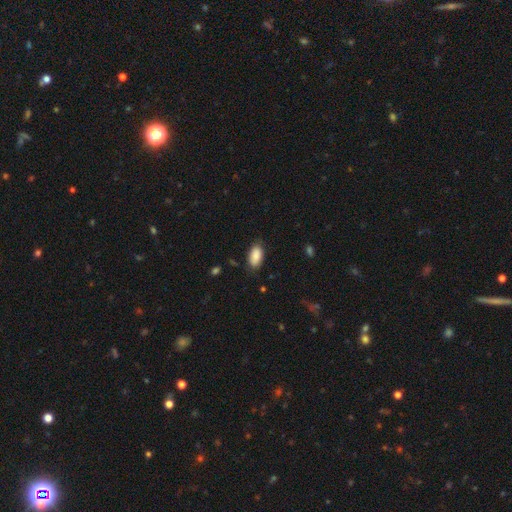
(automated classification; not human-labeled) Smooth or featured?
  - smooth: 89% *
  - star or artifact: 7%
  - featured or disk: 5%
How rounded?
  - in between: 94% *
  - round: 3%
  - cigar-shaped: 3%
Merging?
  - none: 82% *
  - minor disturbance: 14%
  - major disturbance: 3%
  - merger: 1%